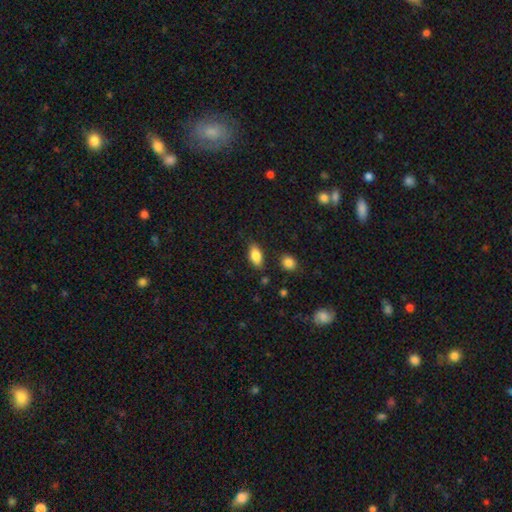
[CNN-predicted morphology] Q: Smooth or featured?
A: smooth (85%); runner-up: featured or disk (8%)
Q: How rounded?
A: in between (89%); runner-up: cigar-shaped (6%)
Q: Merging?
A: none (82%); runner-up: minor disturbance (12%)